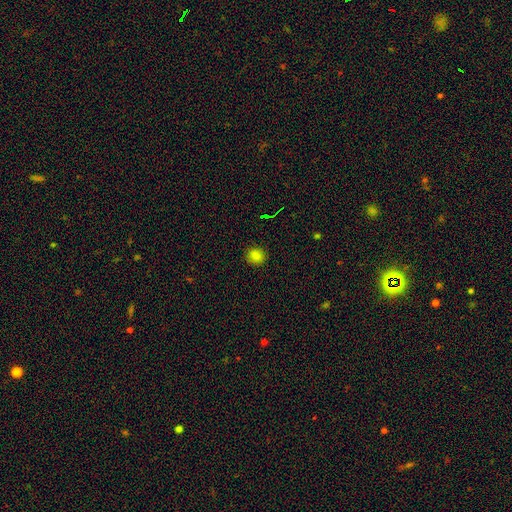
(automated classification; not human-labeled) This is clearly a smooth galaxy (81%). How rounded: likely round (79%). Merging: clearly none (89%).